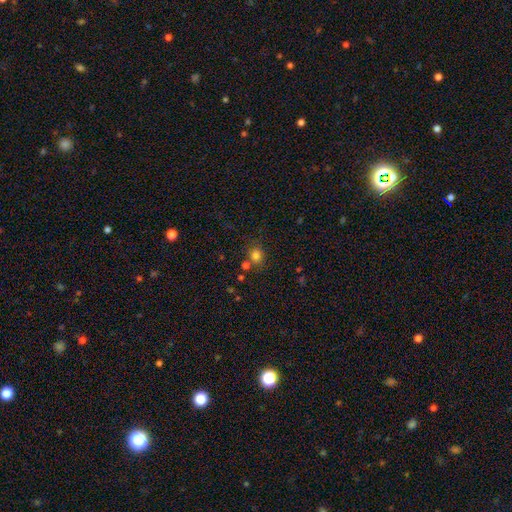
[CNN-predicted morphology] Smooth or featured? smooth (79%)
How rounded? round (75%)
Merging? none (68%)